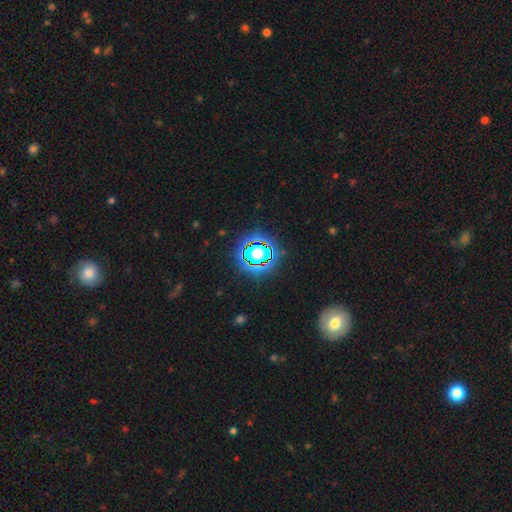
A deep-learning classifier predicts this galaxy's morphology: Q: Smooth or featured?
A: star or artifact (74%); runner-up: smooth (15%)